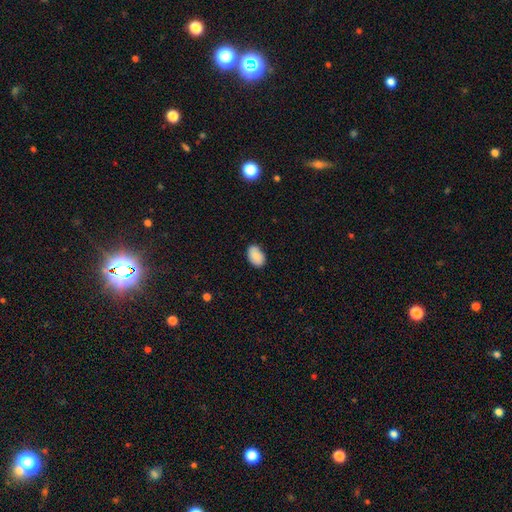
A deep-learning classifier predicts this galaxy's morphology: Q: Smooth or featured?
A: smooth (86%); runner-up: featured or disk (8%)
Q: How rounded?
A: in between (90%); runner-up: round (9%)
Q: Merging?
A: none (82%); runner-up: minor disturbance (14%)